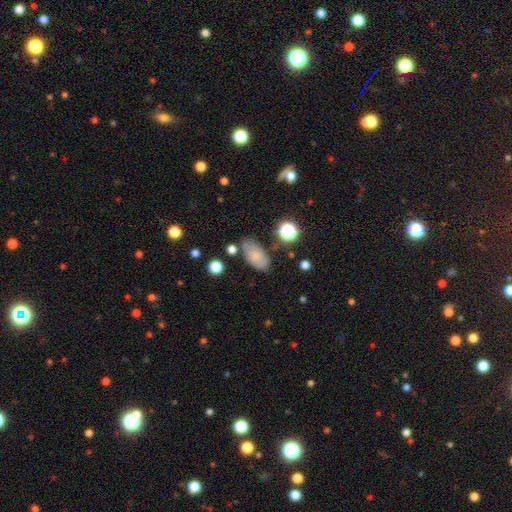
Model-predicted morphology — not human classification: Q: Smooth or featured?
A: smooth (72%); runner-up: featured or disk (16%)
Q: How rounded?
A: in between (91%); runner-up: round (6%)
Q: Merging?
A: none (69%); runner-up: minor disturbance (19%)